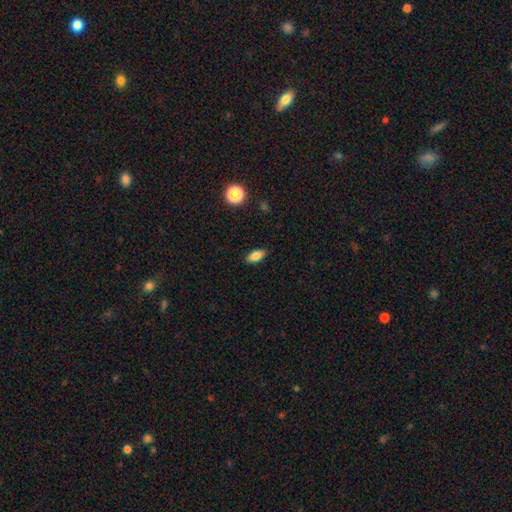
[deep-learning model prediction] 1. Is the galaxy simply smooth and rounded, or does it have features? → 83% smooth, 9% star or artifact, 8% featured or disk.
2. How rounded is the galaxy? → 86% in between, 9% cigar-shaped, 5% round.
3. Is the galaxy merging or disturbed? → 87% none, 10% minor disturbance, 2% major disturbance, 1% merger.